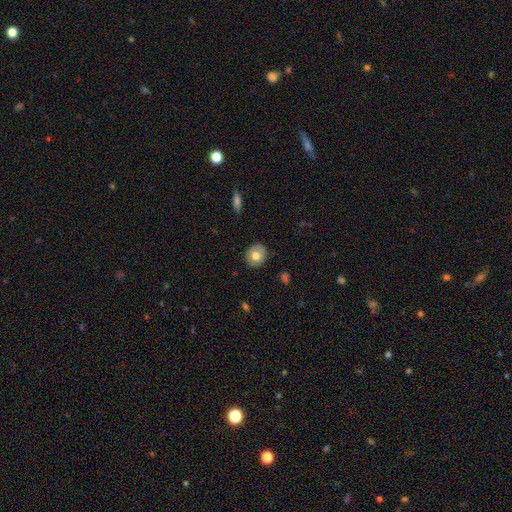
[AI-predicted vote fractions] A smooth galaxy with no disk features (69%) that is round (79%).

Vote fractions:
- Smooth or featured? smooth: 69% / featured or disk: 24% / star or artifact: 7%
- How rounded? round: 79% / in between: 20% / cigar-shaped: 1%
- Merging? none: 87% / minor disturbance: 10% / major disturbance: 2% / merger: 1%